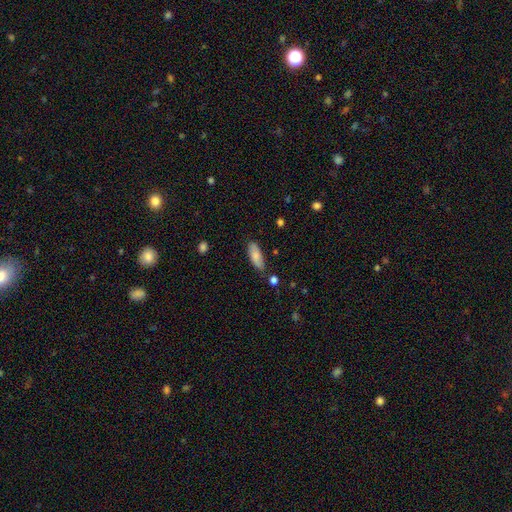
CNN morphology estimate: A smooth galaxy with no disk features (81%) that is in between round and cigar-shaped (75%).

Vote fractions:
- Smooth or featured? smooth: 81% / featured or disk: 12% / star or artifact: 6%
- How rounded? in between: 75% / cigar-shaped: 23% / round: 2%
- Merging? none: 75% / minor disturbance: 18% / merger: 3% / major disturbance: 3%